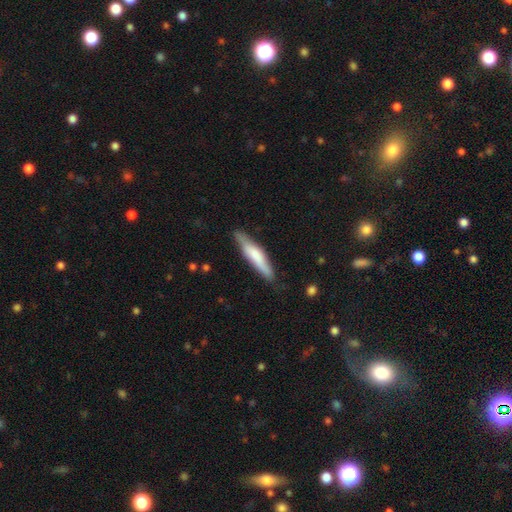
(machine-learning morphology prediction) This appears to be a smooth galaxy with no disk features (60%) that is cigar-shaped (84%). Merging: none (79%).